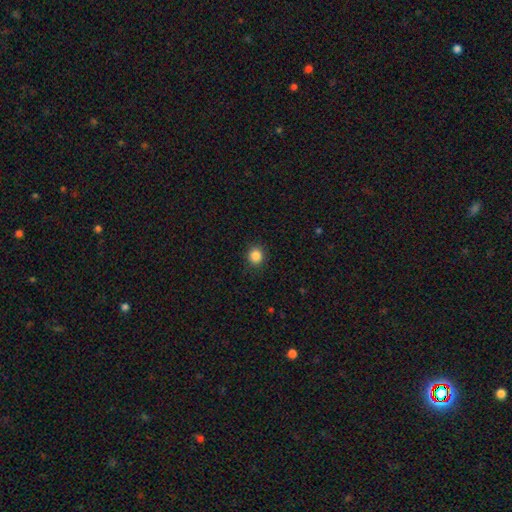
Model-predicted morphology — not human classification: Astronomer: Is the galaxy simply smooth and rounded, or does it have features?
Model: smooth — 86%.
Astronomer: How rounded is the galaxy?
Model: round — 86%.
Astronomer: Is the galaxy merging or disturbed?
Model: none — 90%.